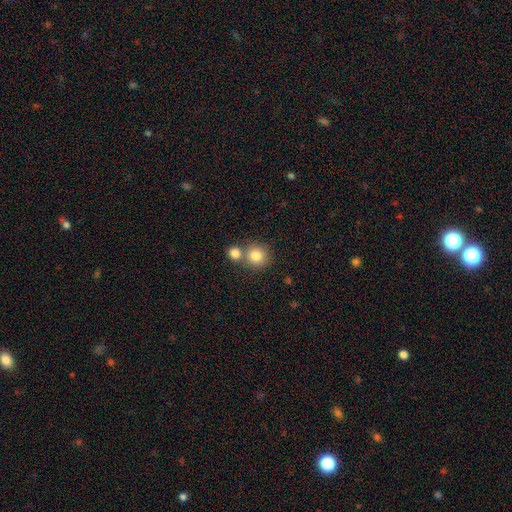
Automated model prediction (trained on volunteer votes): Smooth or featured? Predicted: smooth (p=0.82). How rounded? Predicted: round (p=0.90). Merging? Predicted: none (p=0.56).